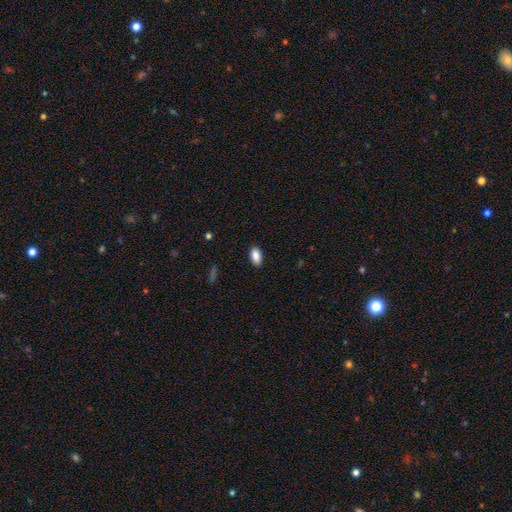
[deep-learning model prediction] This appears to be a smooth galaxy with no disk features (89%) that is in between round and cigar-shaped (92%). Merging: none (88%).